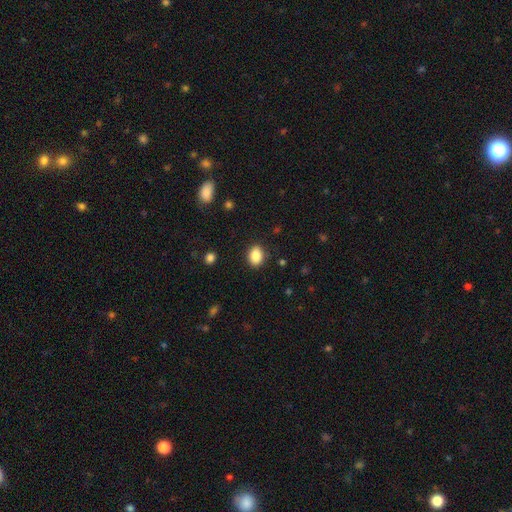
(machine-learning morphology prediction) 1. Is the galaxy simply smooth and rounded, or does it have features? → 87% smooth, 8% star or artifact, 4% featured or disk.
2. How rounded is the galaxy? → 63% in between, 36% round, 1% cigar-shaped.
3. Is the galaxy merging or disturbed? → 88% none, 8% minor disturbance, 2% major disturbance, 1% merger.